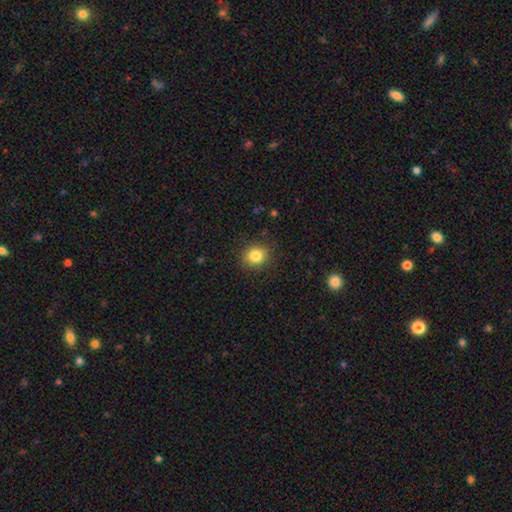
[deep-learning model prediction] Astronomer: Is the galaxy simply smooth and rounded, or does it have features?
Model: smooth — 83%.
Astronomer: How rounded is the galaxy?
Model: round — 74%.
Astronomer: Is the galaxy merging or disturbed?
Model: none — 88%.